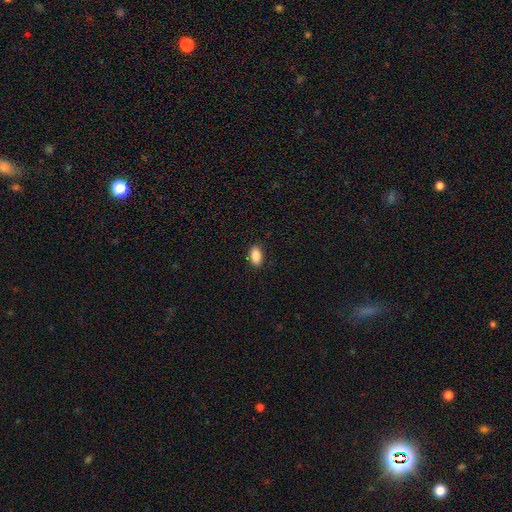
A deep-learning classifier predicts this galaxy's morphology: Q: Smooth or featured?
A: smooth (89%); runner-up: star or artifact (7%)
Q: How rounded?
A: in between (92%); runner-up: round (6%)
Q: Merging?
A: none (89%); runner-up: minor disturbance (8%)